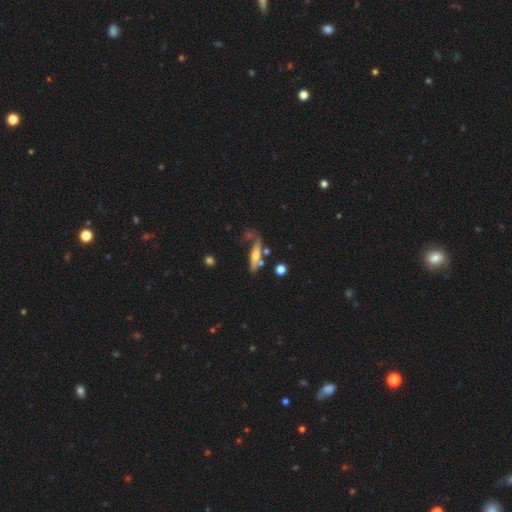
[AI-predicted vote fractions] Smooth or featured: featured or disk — 48% (smooth — 43%)
Merging: none — 45% (minor disturbance — 22%)